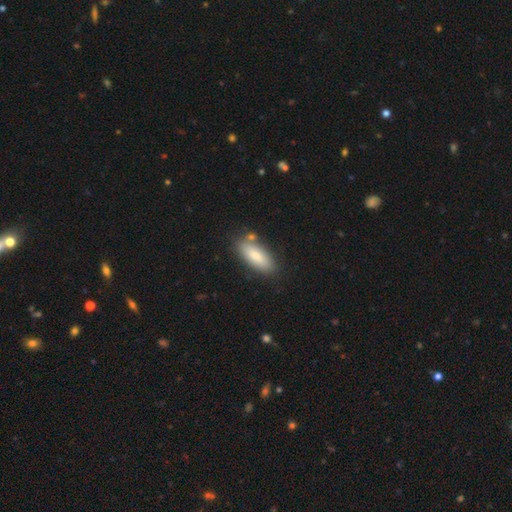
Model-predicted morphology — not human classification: Smooth or featured? smooth (81%)
How rounded? in between (72%)
Merging? none (77%)